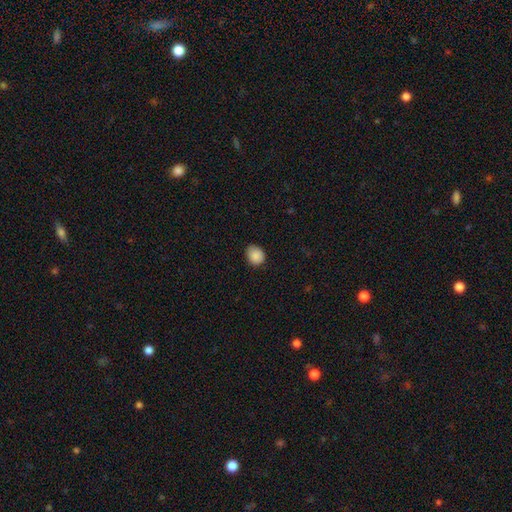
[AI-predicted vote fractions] Smooth or featured?
  - smooth: 88% *
  - star or artifact: 8%
  - featured or disk: 4%
How rounded?
  - round: 65% *
  - in between: 34%
  - cigar-shaped: 1%
Merging?
  - none: 79% *
  - minor disturbance: 17%
  - major disturbance: 3%
  - merger: 1%